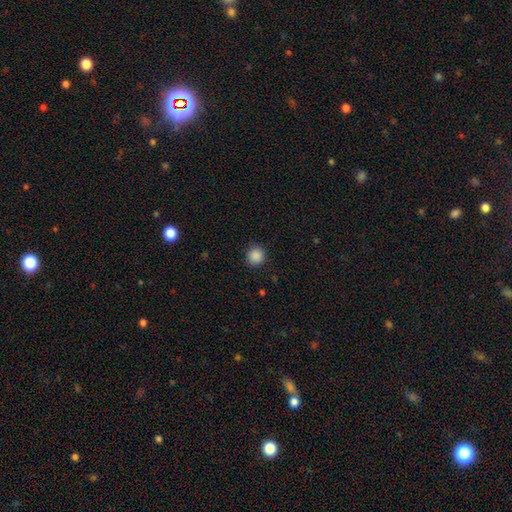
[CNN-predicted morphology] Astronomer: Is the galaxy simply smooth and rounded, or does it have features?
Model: smooth — 87%.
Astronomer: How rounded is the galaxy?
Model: round — 93%.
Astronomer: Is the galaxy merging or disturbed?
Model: none — 90%.